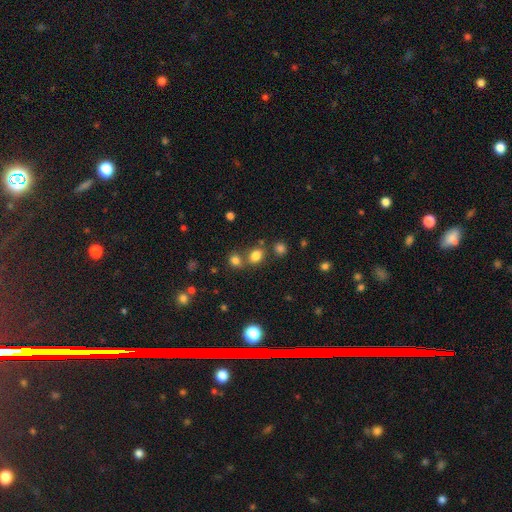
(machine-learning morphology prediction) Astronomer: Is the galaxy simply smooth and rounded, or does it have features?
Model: smooth — 78%.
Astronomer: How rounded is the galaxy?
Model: in between — 56% (runner-up: round, 43%).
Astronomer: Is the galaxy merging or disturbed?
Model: none — 59%.